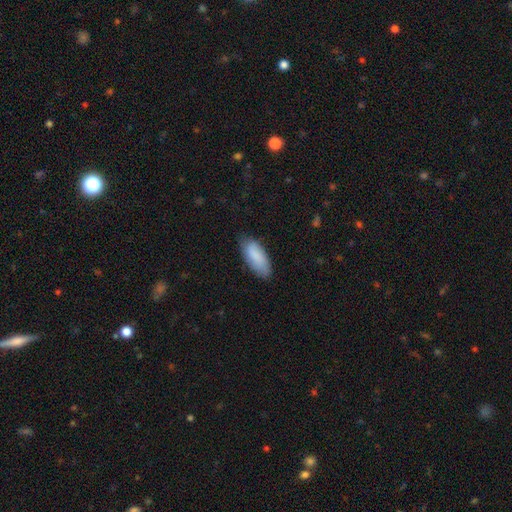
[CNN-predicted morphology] Smooth or featured?
  - smooth: 86% *
  - featured or disk: 9%
  - star or artifact: 6%
How rounded?
  - in between: 84% *
  - cigar-shaped: 14%
  - round: 2%
Merging?
  - none: 74% *
  - minor disturbance: 21%
  - major disturbance: 4%
  - merger: 1%